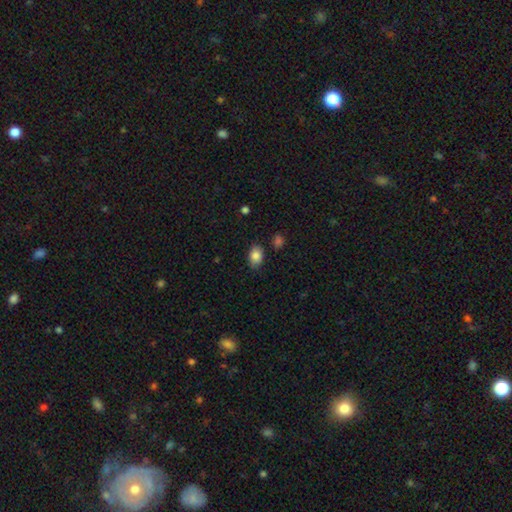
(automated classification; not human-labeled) A smooth galaxy with no disk features (85%) that is in between round and cigar-shaped (84%).

Vote fractions:
- Smooth or featured? smooth: 85% / star or artifact: 8% / featured or disk: 7%
- How rounded? in between: 84% / round: 15% / cigar-shaped: 1%
- Merging? none: 83% / minor disturbance: 12% / major disturbance: 3% / merger: 2%